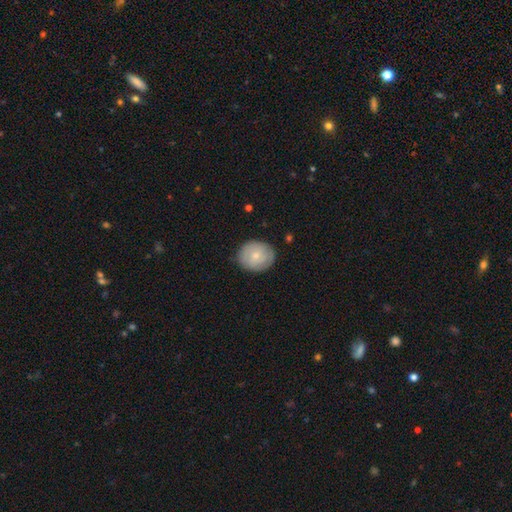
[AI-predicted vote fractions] A smooth galaxy with no disk features (61%) that is round (69%). Merging: none (82%).